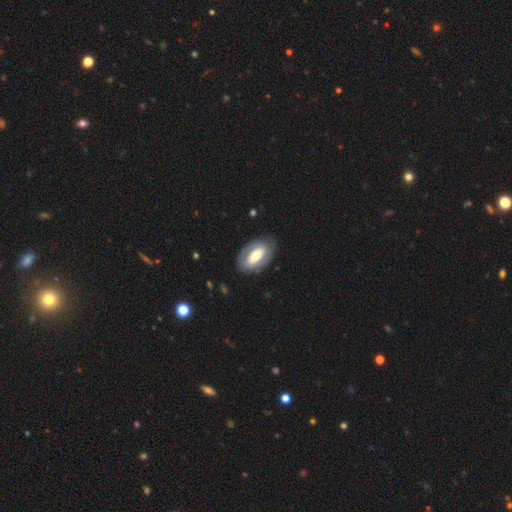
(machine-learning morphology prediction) The model was most divided on "smooth or featured": featured or disk: 53%, smooth: 42%, star or artifact: 5%. More confident: edge-on disk — no (91%); merging — none (80%).